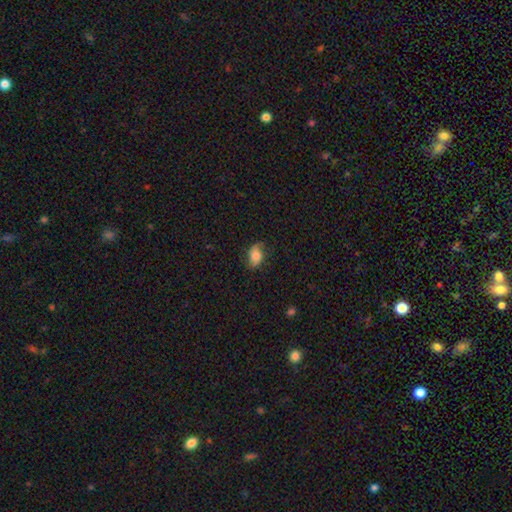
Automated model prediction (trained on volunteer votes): The model was most divided on "smooth or featured": smooth: 71%, featured or disk: 21%, star or artifact: 8%. More confident: how rounded — in between (86%); merging — none (72%).